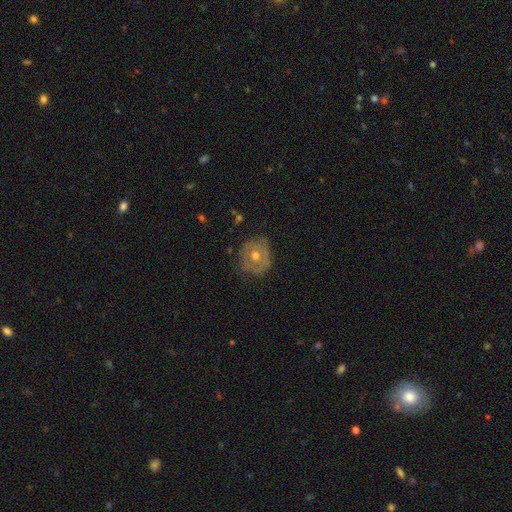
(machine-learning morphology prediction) This is possibly a featured or disk galaxy (56%). It is clearly not viewed edge-on (96%). Bar: clearly no (88%). Spiral arm pattern: likely no (65%). Central bulge: likely moderate (74%). Merging: likely none (72%).